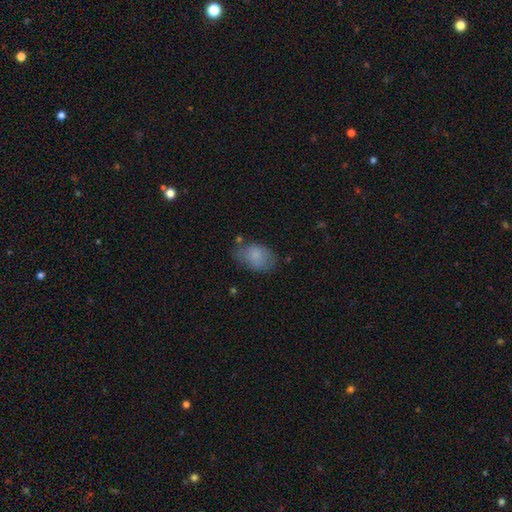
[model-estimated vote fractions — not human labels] smooth-or-featured: smooth: 79% | featured or disk: 13% | star or artifact: 8%
  how-rounded: in between: 86% | round: 13% | cigar-shaped: 1%
  merging: none: 59% | minor disturbance: 27% | major disturbance: 9% | merger: 4%